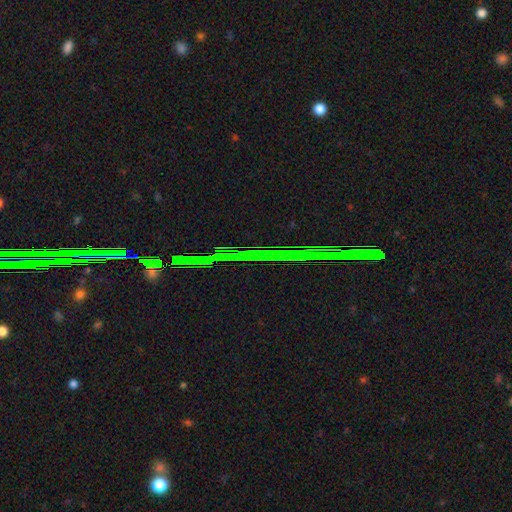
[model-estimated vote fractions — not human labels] A star or artifact, not a galaxy (83%).